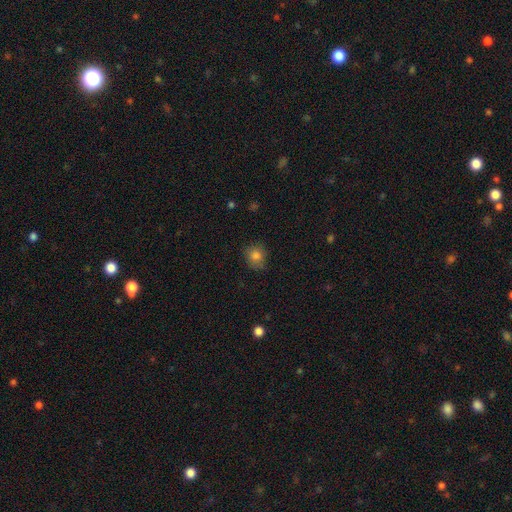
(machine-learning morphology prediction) smooth_or_featured: smooth (p=0.83) [alt: star or artifact p=0.11]
how_rounded: round (p=0.80) [alt: in between p=0.19]
merging: none (p=0.77) [alt: minor disturbance p=0.17]